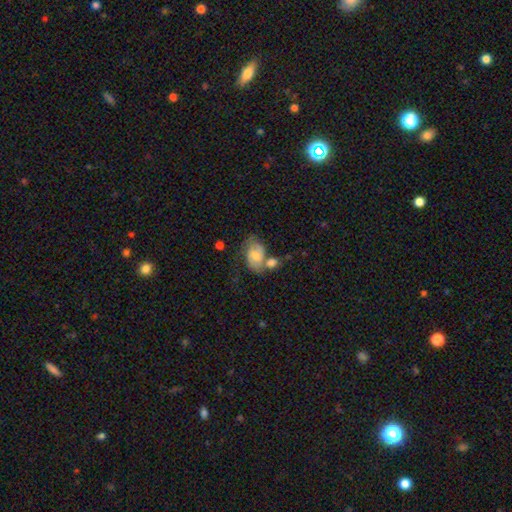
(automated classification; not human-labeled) Smooth or featured? Predicted: smooth (p=0.54). How rounded? Predicted: in between (p=0.83). Merging? Predicted: none (p=0.37).